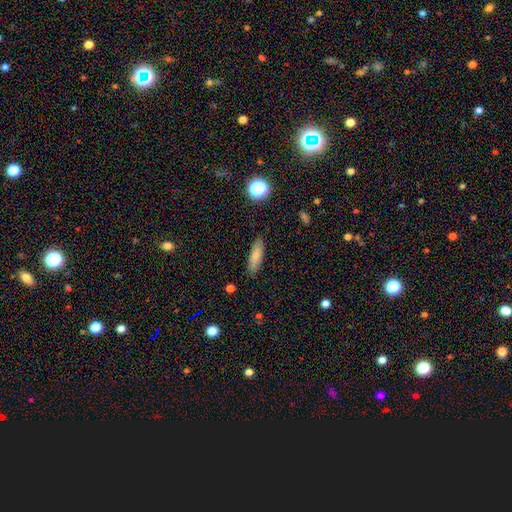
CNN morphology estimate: Q: Smooth or featured?
A: smooth (79%); runner-up: featured or disk (13%)
Q: How rounded?
A: in between (52%); runner-up: cigar-shaped (46%)
Q: Merging?
A: none (86%); runner-up: minor disturbance (11%)